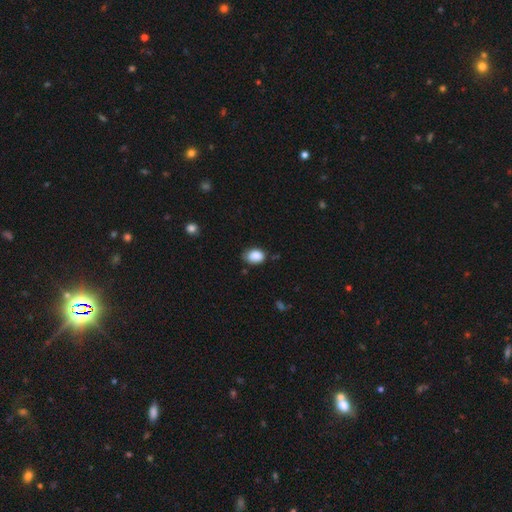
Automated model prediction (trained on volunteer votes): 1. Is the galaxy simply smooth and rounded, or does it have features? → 87% smooth, 8% star or artifact, 5% featured or disk.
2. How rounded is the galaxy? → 79% in between, 20% round, 1% cigar-shaped.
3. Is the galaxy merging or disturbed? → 66% none, 27% minor disturbance, 5% major disturbance, 2% merger.